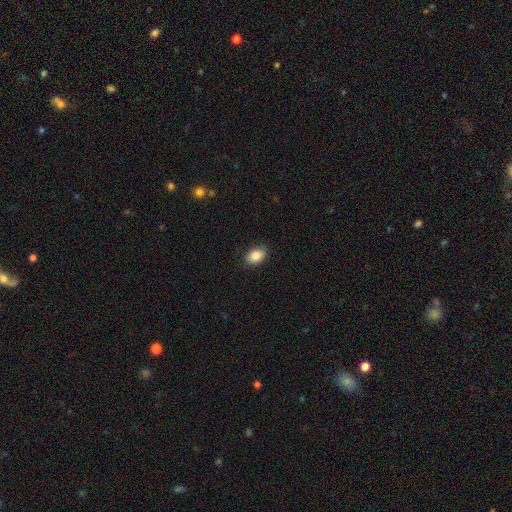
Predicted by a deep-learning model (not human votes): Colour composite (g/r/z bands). It shows a smooth galaxy with no disk features (86%) that is in between round and cigar-shaped (89%). Merging: none (87%).